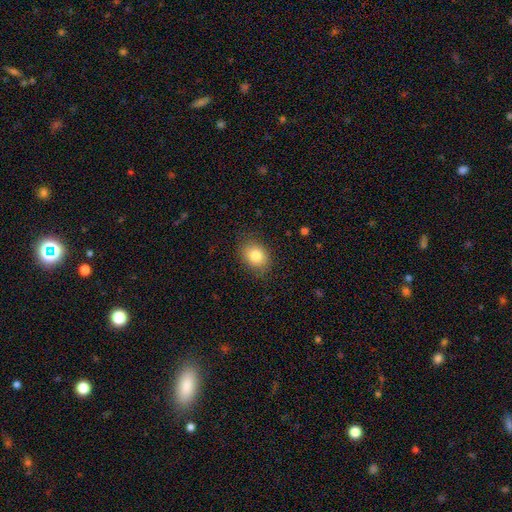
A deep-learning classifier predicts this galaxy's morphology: smooth-or-featured: smooth: 83% | star or artifact: 9% | featured or disk: 8%
  how-rounded: in between: 60% | round: 40% | cigar-shaped: 1%
  merging: none: 82% | minor disturbance: 13% | major disturbance: 4% | merger: 1%